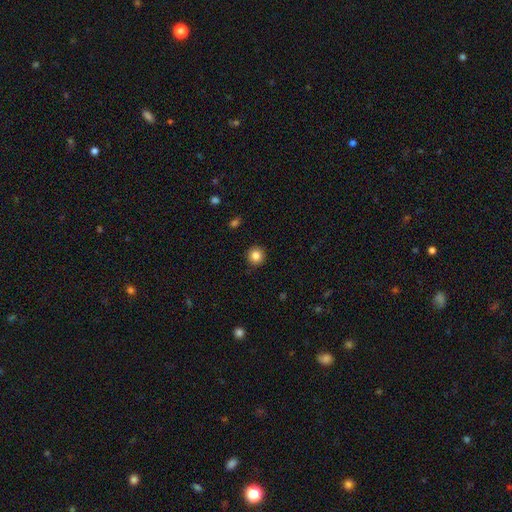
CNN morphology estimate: This appears to be a smooth galaxy with no disk features (84%) that is round (94%). Merging: none (91%).